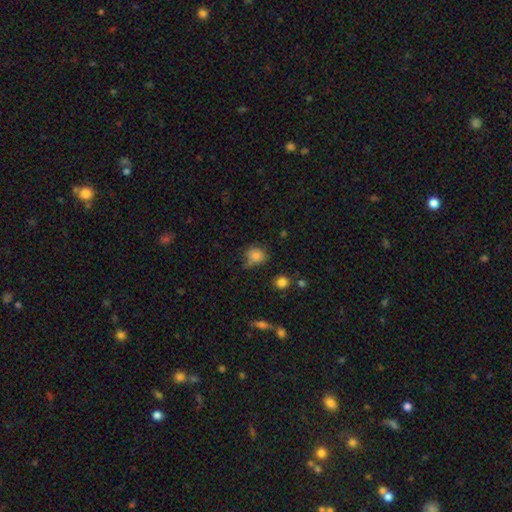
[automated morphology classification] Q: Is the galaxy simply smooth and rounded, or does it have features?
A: smooth — 81%.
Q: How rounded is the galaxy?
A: round — 74%.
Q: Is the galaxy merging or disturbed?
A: none — 63%.